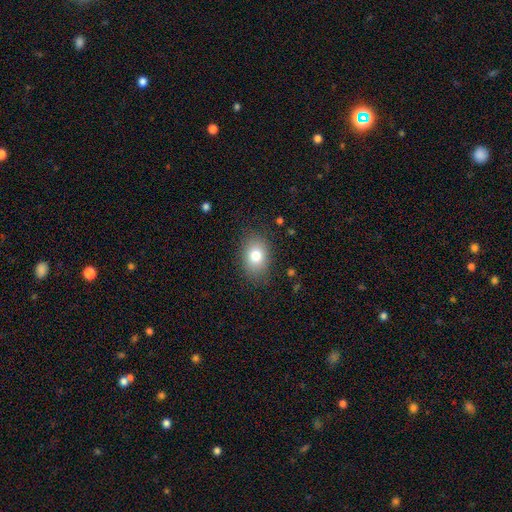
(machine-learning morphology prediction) This appears to be a smooth galaxy with no disk features (78%) that is in between round and cigar-shaped (72%). Merging: none (83%).